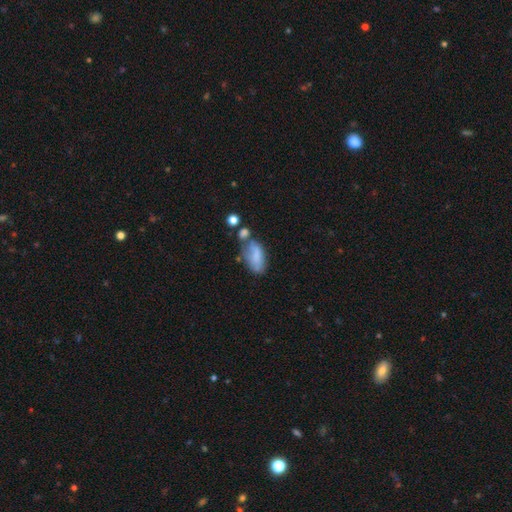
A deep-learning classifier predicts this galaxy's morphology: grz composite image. It shows a smooth galaxy with no disk features (64%) that is in between round and cigar-shaped (90%). Merging: none (35%).